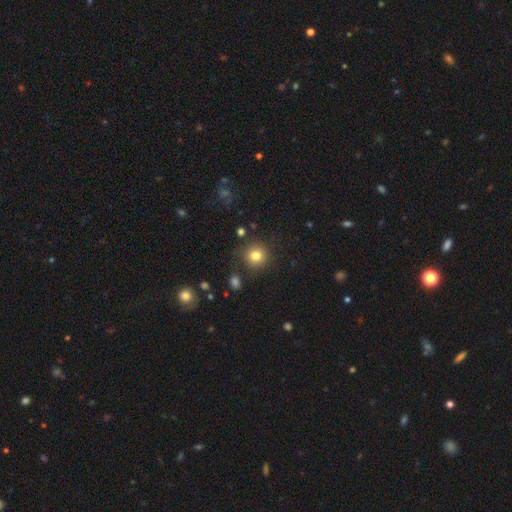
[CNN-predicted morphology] smooth 80%, star or artifact 12%, featured or disk 8%. Down the decision tree: how rounded — round (92%); merging — none (85%).